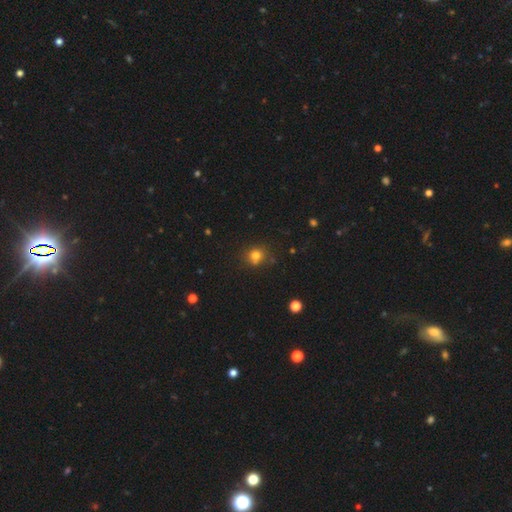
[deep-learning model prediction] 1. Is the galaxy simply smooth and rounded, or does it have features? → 75% smooth, 17% star or artifact, 8% featured or disk.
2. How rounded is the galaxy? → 82% round, 17% in between, 1% cigar-shaped.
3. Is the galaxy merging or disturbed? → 73% none, 13% minor disturbance, 11% merger, 4% major disturbance.